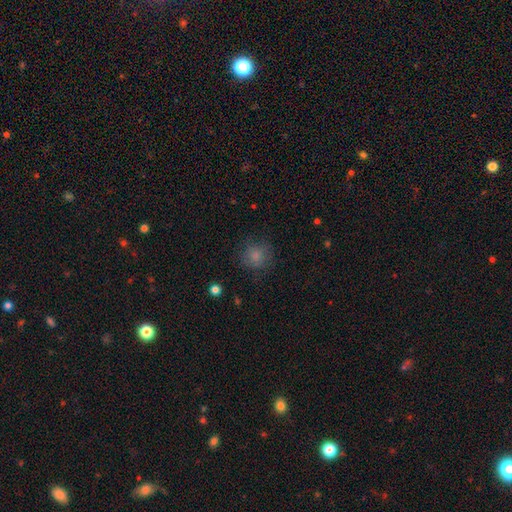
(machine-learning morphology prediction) smooth 81%, star or artifact 12%, featured or disk 7%. Down the decision tree: how rounded — round (87%); merging — none (78%).